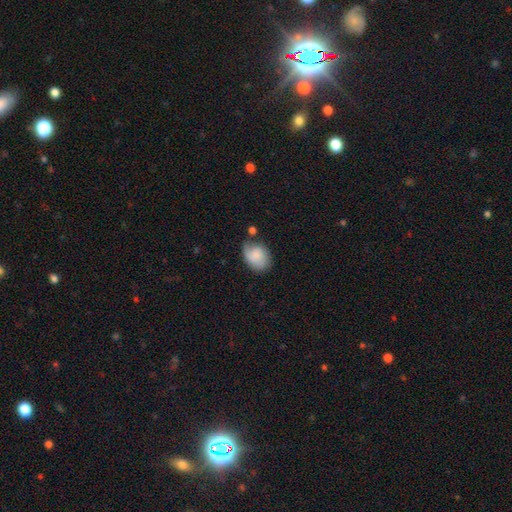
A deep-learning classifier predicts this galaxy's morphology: This appears to be a smooth galaxy with no disk features (74%) that is in between round and cigar-shaped (68%). Merging: none (51%).